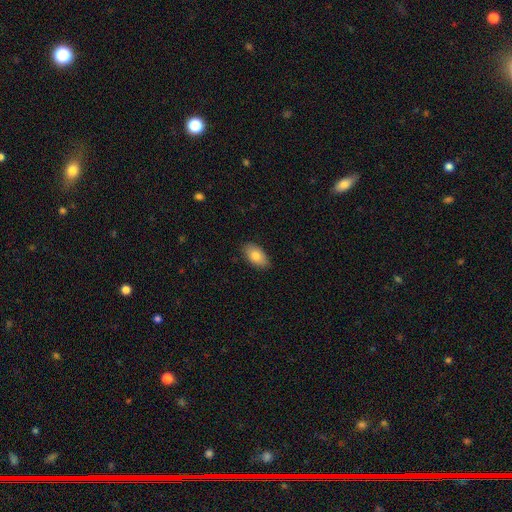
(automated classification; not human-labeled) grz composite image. It shows a smooth galaxy with no disk features (82%) that is in between round and cigar-shaped (94%). Merging: none (85%).